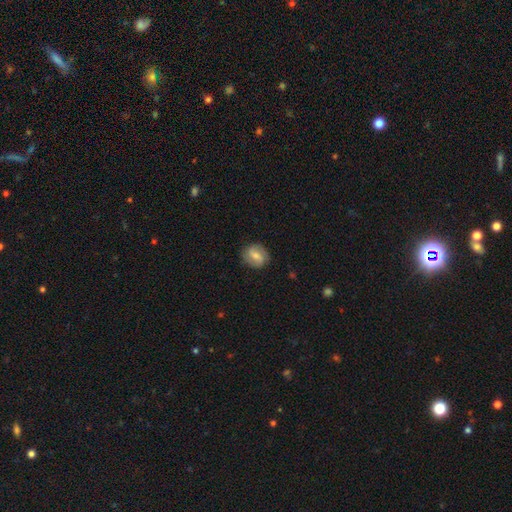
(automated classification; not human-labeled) Overall: featured or disk (47%; smooth 46%). Merging: none (82%).